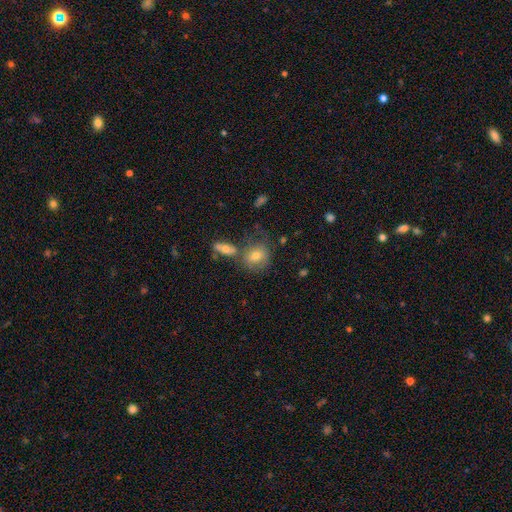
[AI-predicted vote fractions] smooth_or_featured: smooth (p=0.65) [alt: featured or disk p=0.22]
how_rounded: round (p=0.66) [alt: in between p=0.32]
merging: none (p=0.54) [alt: merger p=0.24]